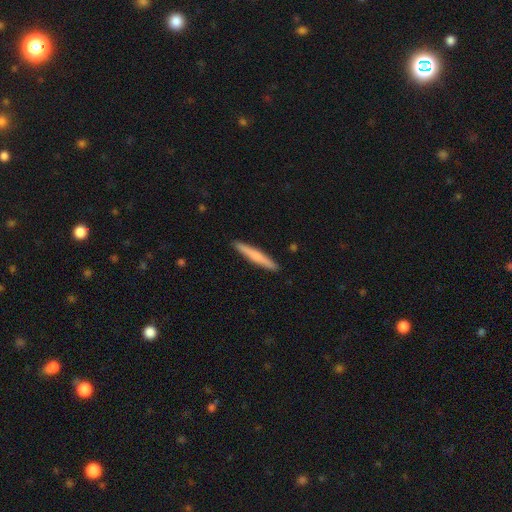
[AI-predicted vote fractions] smooth 67%, featured or disk 28%, star or artifact 5%. Down the decision tree: how rounded — cigar-shaped (96%); merging — none (92%).